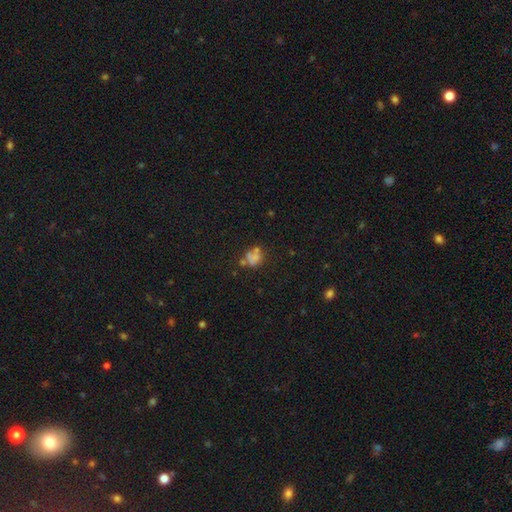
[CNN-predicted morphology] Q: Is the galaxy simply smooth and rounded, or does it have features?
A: smooth — 47%.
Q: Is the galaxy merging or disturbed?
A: none — 51%.